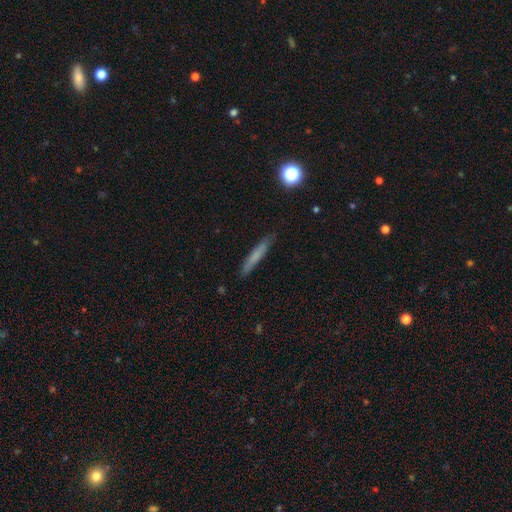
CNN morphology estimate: A smooth galaxy with no disk features (65%) that is cigar-shaped (93%).

Vote fractions:
- Smooth or featured? smooth: 65% / featured or disk: 27% / star or artifact: 8%
- How rounded? cigar-shaped: 93% / in between: 5% / round: 2%
- Merging? none: 84% / minor disturbance: 12% / major disturbance: 2% / merger: 1%